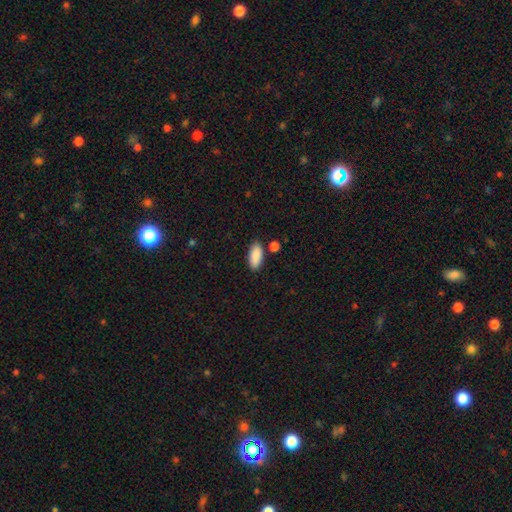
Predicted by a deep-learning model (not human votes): Smooth or featured? smooth (89%)
How rounded? in between (87%)
Merging? none (81%)